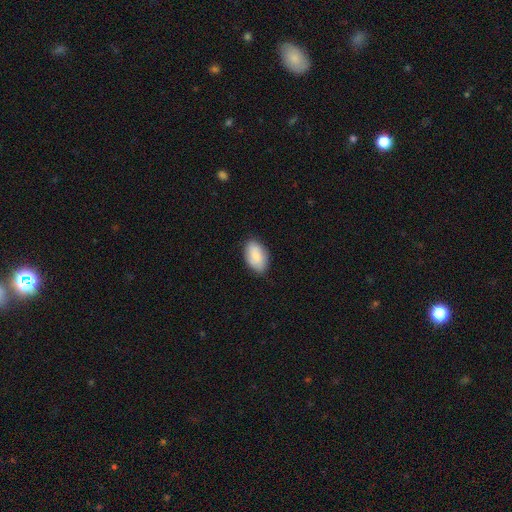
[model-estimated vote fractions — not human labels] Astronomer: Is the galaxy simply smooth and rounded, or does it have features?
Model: smooth — 83%.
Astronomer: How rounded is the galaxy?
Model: in between — 93%.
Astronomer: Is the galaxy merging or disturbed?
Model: none — 81%.